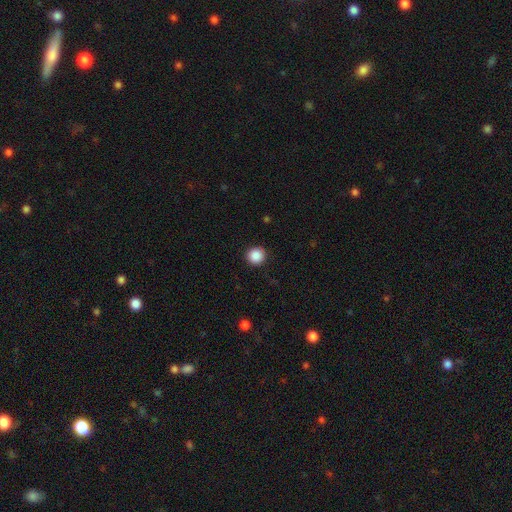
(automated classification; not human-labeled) Smooth or featured?
  - smooth: 88% *
  - star or artifact: 9%
  - featured or disk: 3%
How rounded?
  - round: 94% *
  - in between: 5%
  - cigar-shaped: 1%
Merging?
  - none: 91% *
  - minor disturbance: 6%
  - major disturbance: 2%
  - merger: 1%